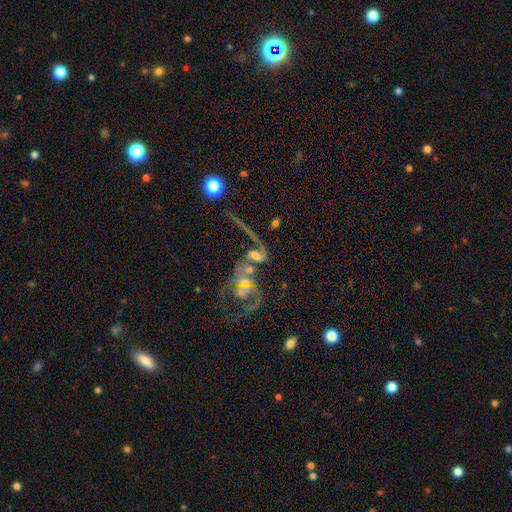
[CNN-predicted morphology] A featured or disk galaxy (61%) with no bar (56%), spiral arms (71%) and a moderate central bulge (33%).

Vote fractions:
- Smooth or featured? featured or disk: 61% / smooth: 22% / star or artifact: 16%
- Edge-on disk? no: 94% / yes: 6%
- Bar? no: 56% / weak: 29% / strong: 15%
- Spiral arms? yes: 71% / no: 29%
- Bulge size? moderate: 33% / none: 25% / small: 25% / large: 14% / dominant: 4%
- Merging? merger: 58% / major disturbance: 20% / none: 14% / minor disturbance: 7%